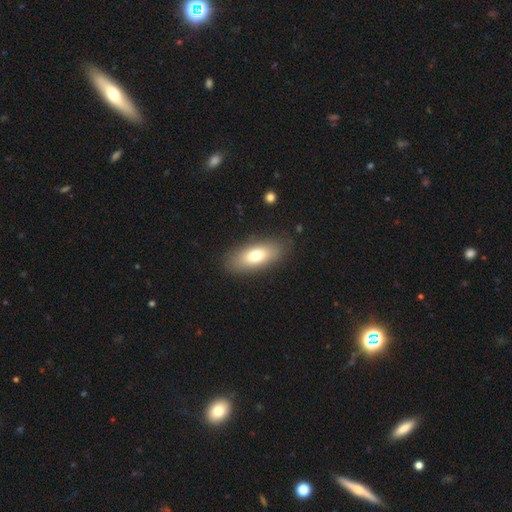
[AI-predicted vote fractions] Q: Smooth or featured?
A: smooth (73%); runner-up: featured or disk (20%)
Q: How rounded?
A: in between (82%); runner-up: cigar-shaped (15%)
Q: Merging?
A: none (85%); runner-up: minor disturbance (10%)